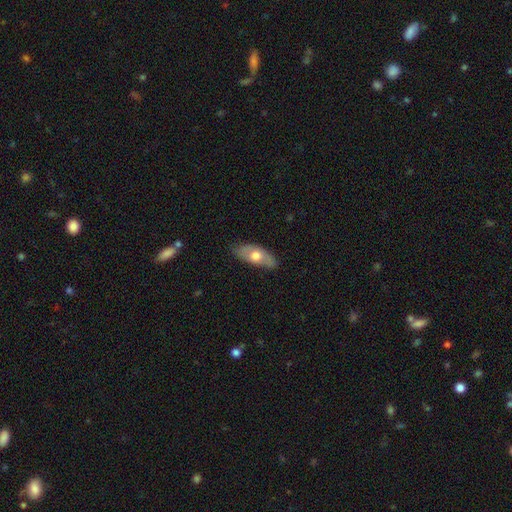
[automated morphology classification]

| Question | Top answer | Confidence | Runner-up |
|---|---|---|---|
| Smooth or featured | smooth | 54% | featured or disk (40%) |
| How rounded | in between | 83% | cigar-shaped (13%) |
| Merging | none | 77% | minor disturbance (18%) |